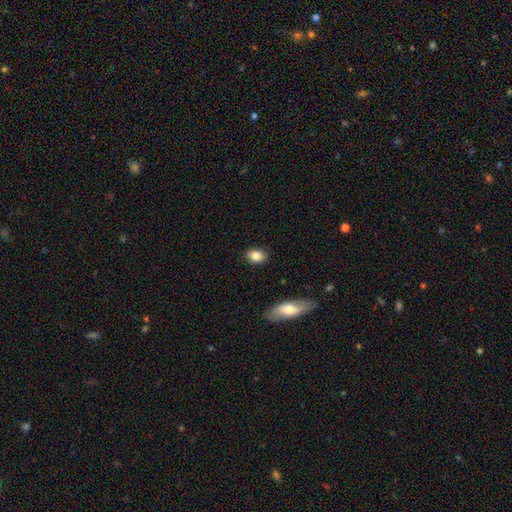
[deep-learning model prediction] A smooth galaxy with no disk features (83%) that is in between round and cigar-shaped (74%). Merging: none (88%).